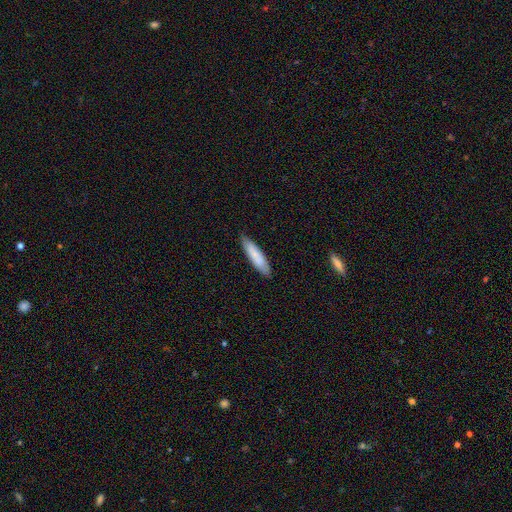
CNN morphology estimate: Smooth or featured? Predicted: smooth (p=0.75). How rounded? Predicted: cigar-shaped (p=0.72). Merging? Predicted: none (p=0.85).